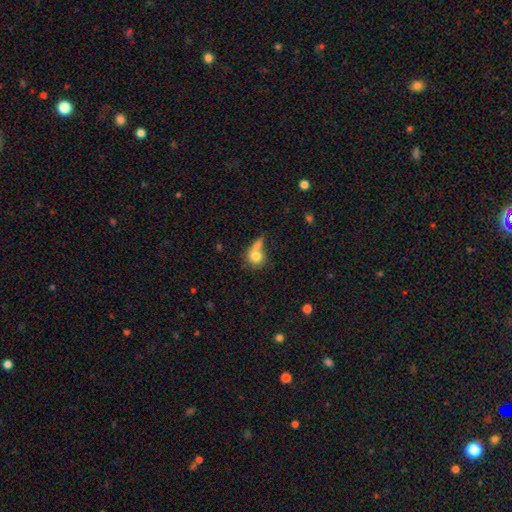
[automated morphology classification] A smooth galaxy with no disk features (77%) that is round (75%). Merging: merger (42%).